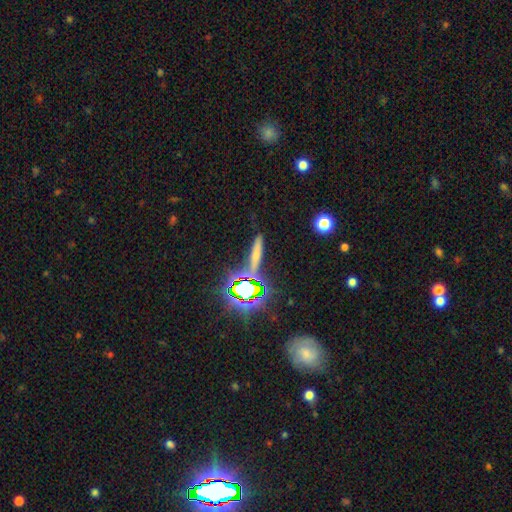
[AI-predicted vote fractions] Smooth or featured? Predicted: smooth (p=0.35, tied with star or artifact). Merging? Predicted: none (p=0.77).